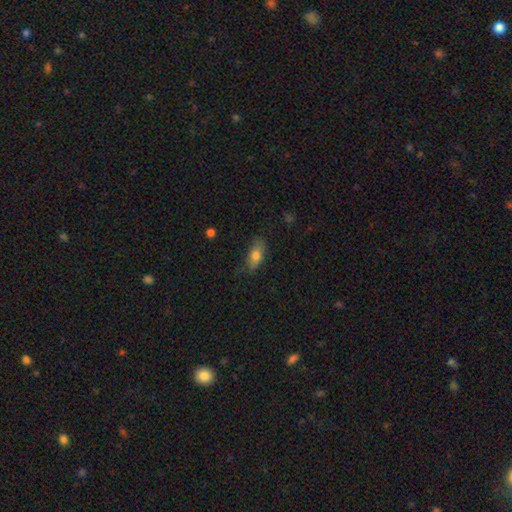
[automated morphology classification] Smooth or featured? Predicted: smooth (p=0.76). How rounded? Predicted: in between (p=0.80). Merging? Predicted: none (p=0.69).